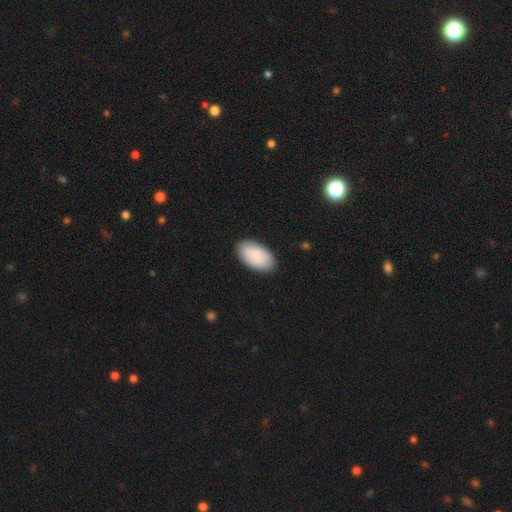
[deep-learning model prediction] A smooth galaxy with no disk features (82%) that is in between round and cigar-shaped (95%).

Vote fractions:
- Smooth or featured? smooth: 82% / featured or disk: 12% / star or artifact: 6%
- How rounded? in between: 95% / round: 3% / cigar-shaped: 1%
- Merging? none: 84% / minor disturbance: 12% / major disturbance: 2% / merger: 1%